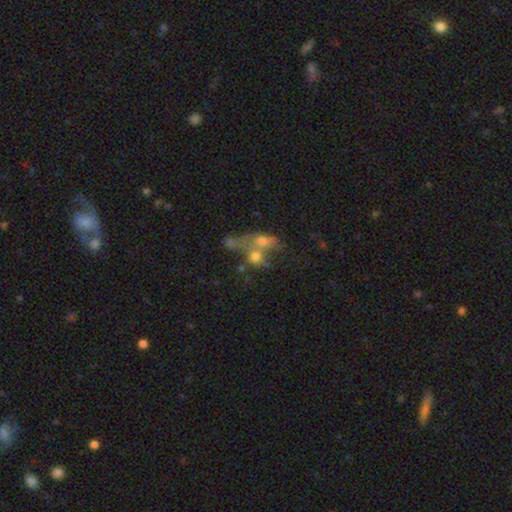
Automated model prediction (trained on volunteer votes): Overall: smooth (53%; featured or disk 31%). How rounded: round (54%; in between 42%). Merging: merger (64%).